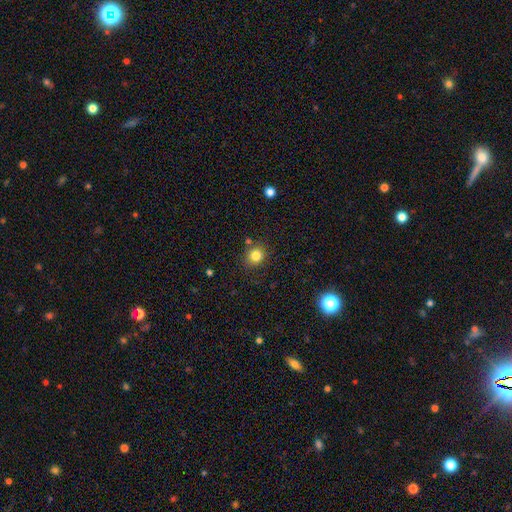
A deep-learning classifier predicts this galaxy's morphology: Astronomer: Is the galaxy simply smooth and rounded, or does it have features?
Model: smooth — 82%.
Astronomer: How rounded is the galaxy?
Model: round — 80%.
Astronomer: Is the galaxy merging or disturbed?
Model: none — 80%.